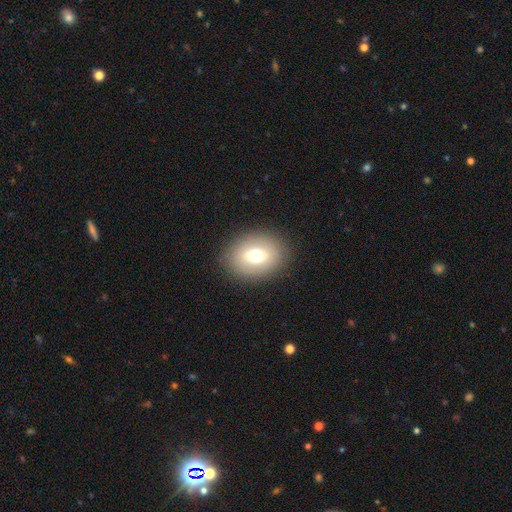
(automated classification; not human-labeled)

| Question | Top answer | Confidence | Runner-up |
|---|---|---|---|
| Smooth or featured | smooth | 66% | featured or disk (23%) |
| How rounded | in between | 62% | round (37%) |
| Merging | none | 87% | minor disturbance (9%) |